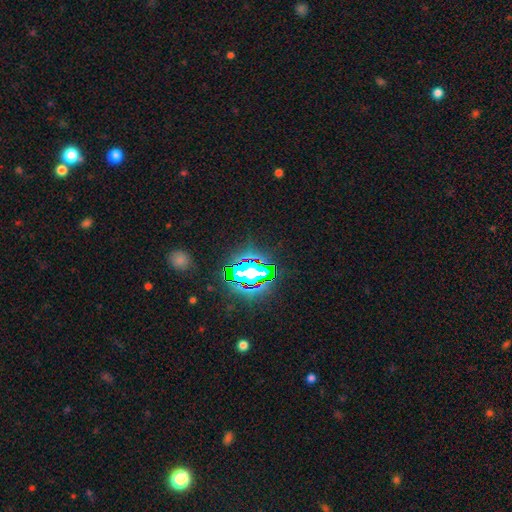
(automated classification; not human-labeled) star or artifact 81%, smooth 11%, featured or disk 8%.